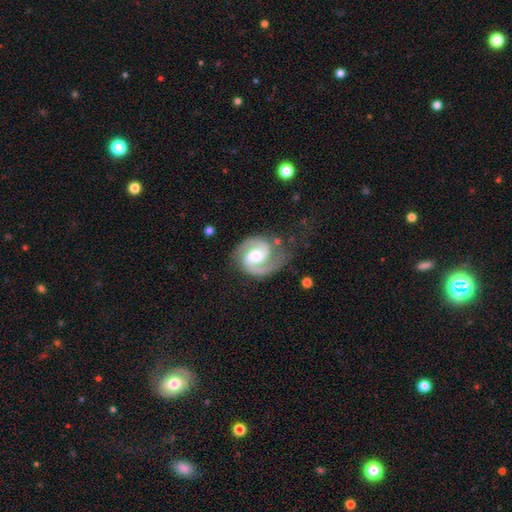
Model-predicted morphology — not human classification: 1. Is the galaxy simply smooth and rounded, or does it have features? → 92% featured or disk, 5% smooth, 4% star or artifact.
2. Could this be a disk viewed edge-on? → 98% no, 2% yes.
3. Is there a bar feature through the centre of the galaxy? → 45% weak, 38% no, 17% strong.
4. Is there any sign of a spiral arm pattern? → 98% yes, 2% no.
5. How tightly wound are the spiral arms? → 58% medium, 30% tight, 12% loose.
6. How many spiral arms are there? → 93% 2, 2% 1, 2% can't tell, 1% 3, 1% 4, 1% more than 4.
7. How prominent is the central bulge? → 62% moderate, 23% large, 11% small, 2% none, 2% dominant.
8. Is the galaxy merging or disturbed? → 74% none, 17% minor disturbance, 7% major disturbance, 2% merger.